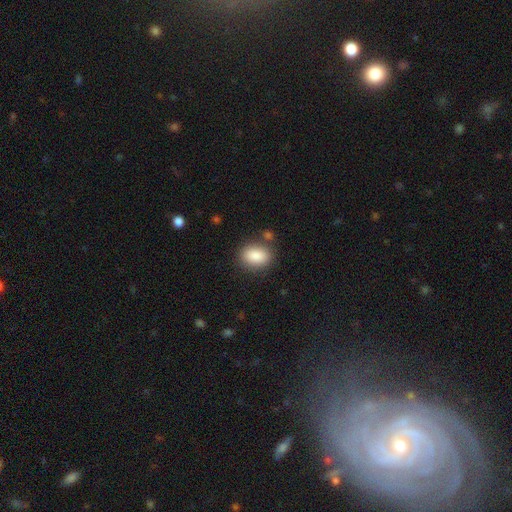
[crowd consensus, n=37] Smooth or featured: smooth — 92% (star or artifact — 5%)
How rounded: in between — 74% (round — 26%)
Merging: none — 80% (minor disturbance — 11%)